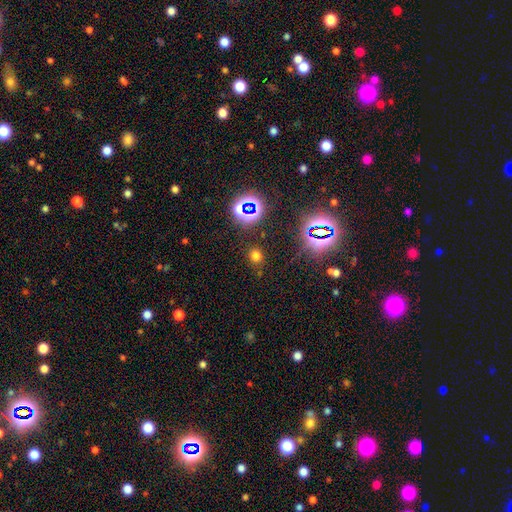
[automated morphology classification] Smooth or featured? Predicted: smooth (p=0.63). How rounded? Predicted: round (p=0.80). Merging? Predicted: none (p=0.85).